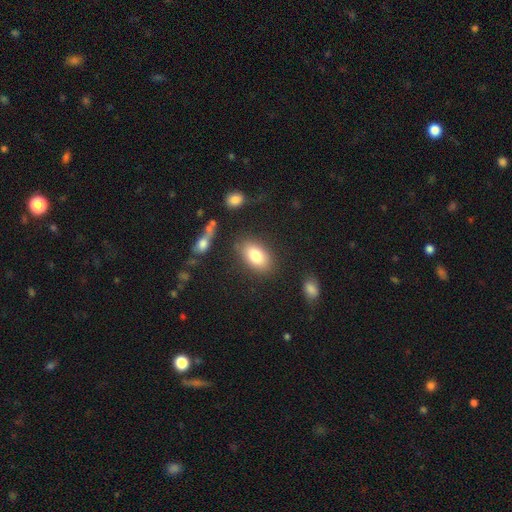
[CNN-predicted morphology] Smooth or featured? smooth (81%)
How rounded? in between (89%)
Merging? none (81%)